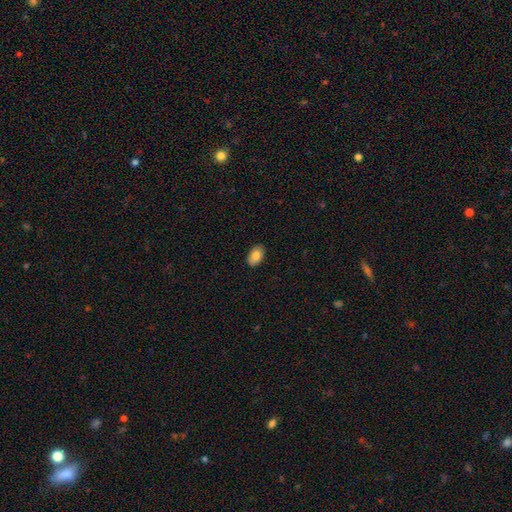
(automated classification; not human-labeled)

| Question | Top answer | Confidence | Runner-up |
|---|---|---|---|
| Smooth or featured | smooth | 83% | featured or disk (10%) |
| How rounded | in between | 90% | round (9%) |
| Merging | none | 89% | minor disturbance (9%) |